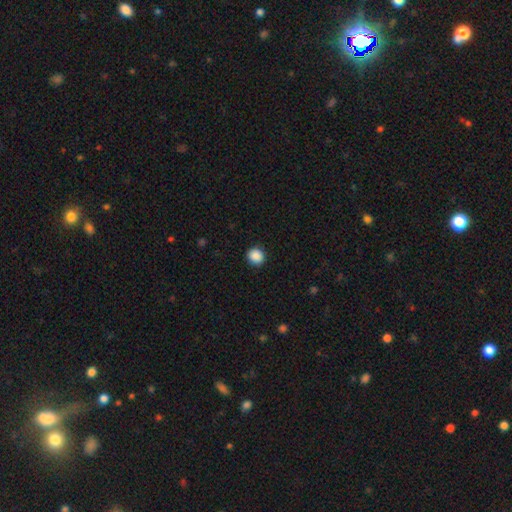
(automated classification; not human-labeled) Smooth or featured? Predicted: smooth (p=0.89). How rounded? Predicted: round (p=0.88). Merging? Predicted: none (p=0.91).